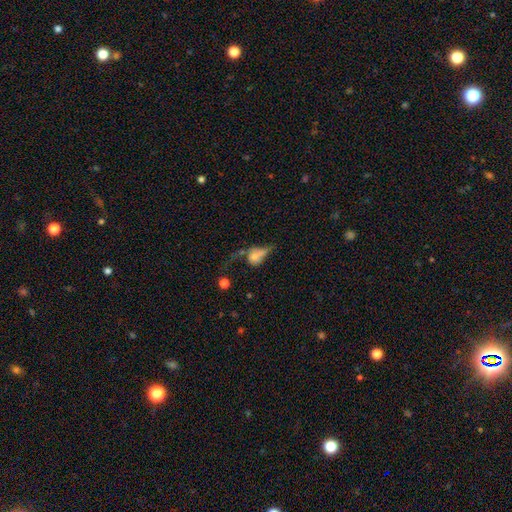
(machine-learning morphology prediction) smooth-or-featured: smooth: 55% | featured or disk: 33% | star or artifact: 12%
  how-rounded: in between: 60% | round: 33% | cigar-shaped: 7%
  merging: major disturbance: 41% | none: 23% | minor disturbance: 21% | merger: 15%